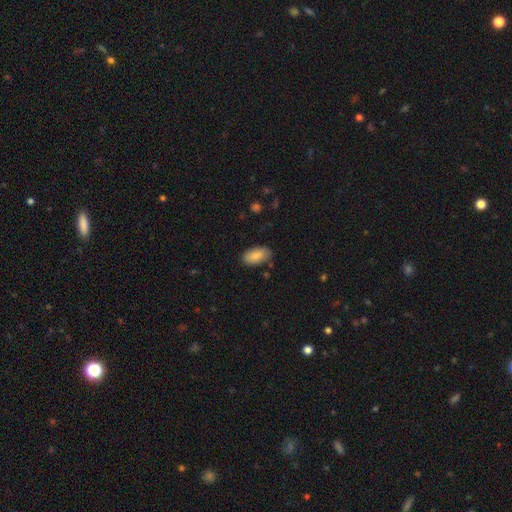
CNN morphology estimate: smooth 87%, star or artifact 6%, featured or disk 6%. Down the decision tree: how rounded — in between (94%); merging — none (83%).